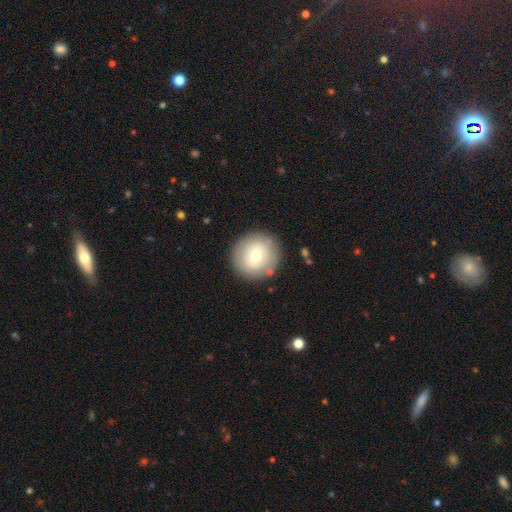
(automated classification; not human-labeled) This is likely a smooth galaxy (65%). How rounded: clearly round (94%). Merging: clearly none (86%).